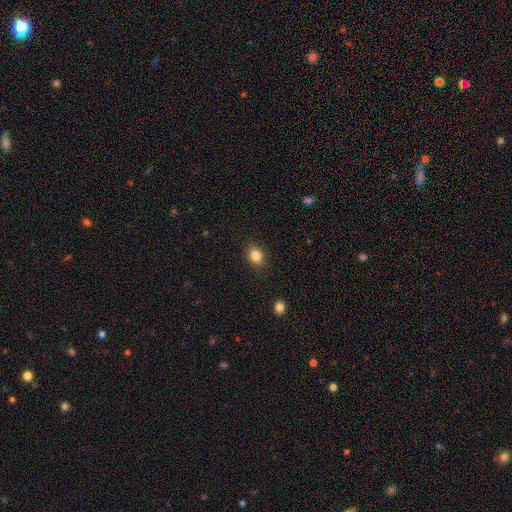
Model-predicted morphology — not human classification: The model was most divided on "how rounded": round: 53%, in between: 46%, cigar-shaped: 1%. More confident: merging — none (87%); smooth or featured — smooth (85%).